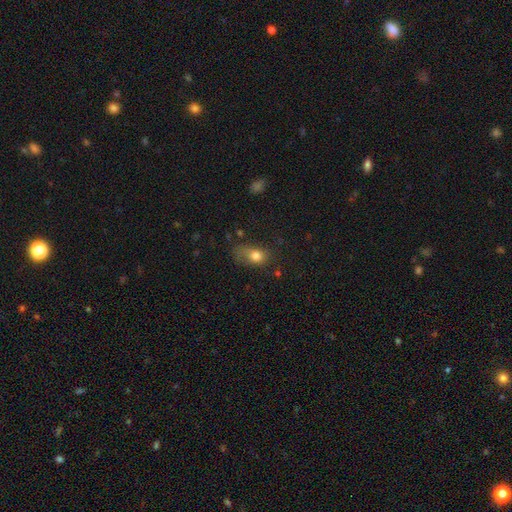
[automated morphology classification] smooth 78%, featured or disk 12%, star or artifact 10%. Down the decision tree: how rounded — in between (72%); merging — none (35%).